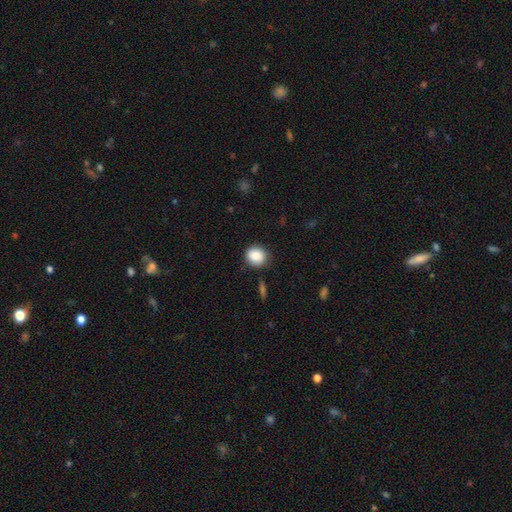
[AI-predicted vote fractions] Overall: smooth (88%). How rounded: round (81%). Merging: none (83%).